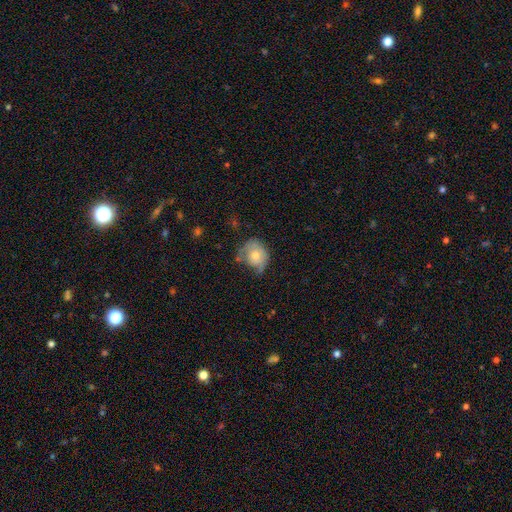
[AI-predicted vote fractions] smooth_or_featured: smooth (p=0.62) [alt: featured or disk p=0.31]
how_rounded: round (p=0.64) [alt: in between p=0.35]
merging: minor disturbance (p=0.39) [alt: none p=0.36]